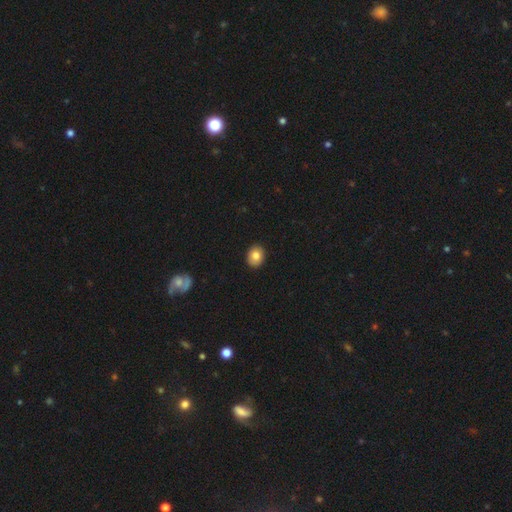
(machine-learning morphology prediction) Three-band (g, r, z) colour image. It shows a smooth galaxy with no disk features (82%) that is round (61%). Merging: none (91%).